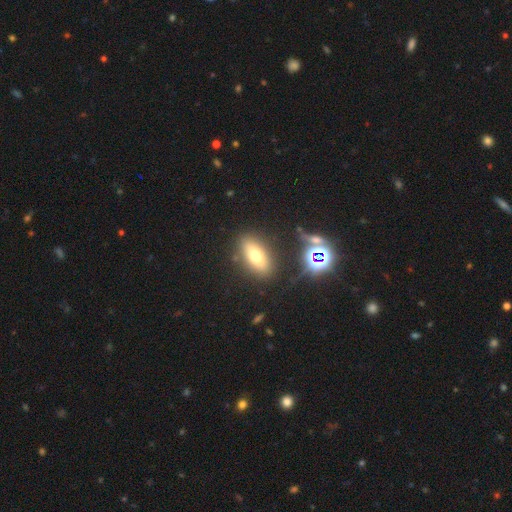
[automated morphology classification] smooth_or_featured: smooth (p=0.62) [alt: featured or disk p=0.21]
how_rounded: in between (p=0.77) [alt: cigar-shaped p=0.17]
merging: none (p=0.84) [alt: minor disturbance p=0.09]